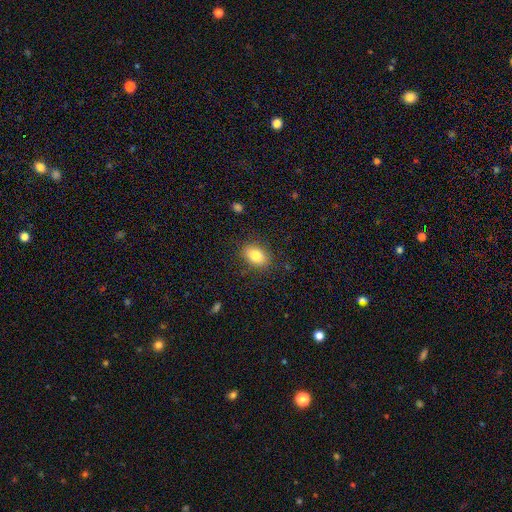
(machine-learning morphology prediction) A smooth galaxy with no disk features (82%) that is in between round and cigar-shaped (82%). Merging: none (84%).